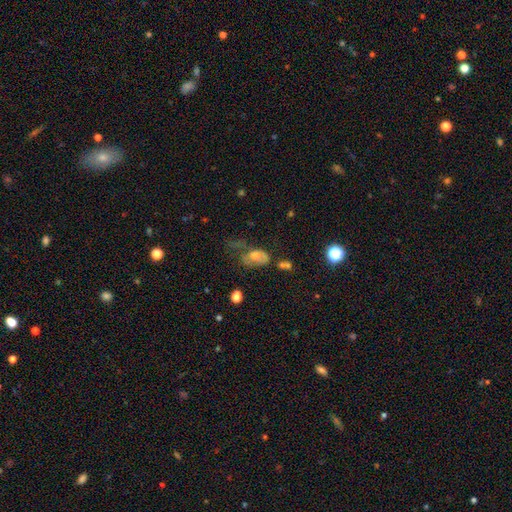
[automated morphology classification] Overall: featured or disk (42%; smooth 38%). Merging: major disturbance (39%; none 28%).